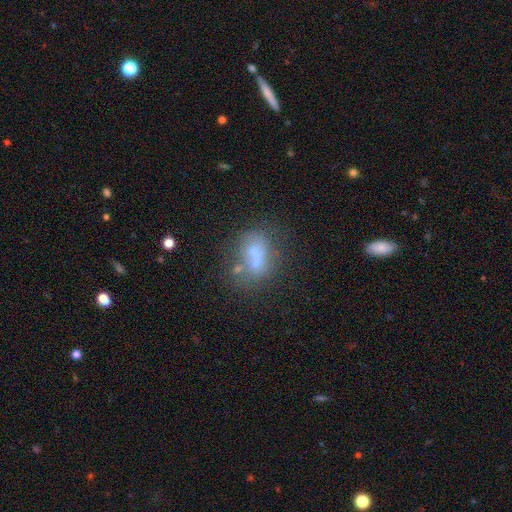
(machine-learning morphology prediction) smooth-or-featured: smooth: 48% | featured or disk: 37% | star or artifact: 15%
  merging: none: 34% | merger: 30% | minor disturbance: 18% | major disturbance: 18%